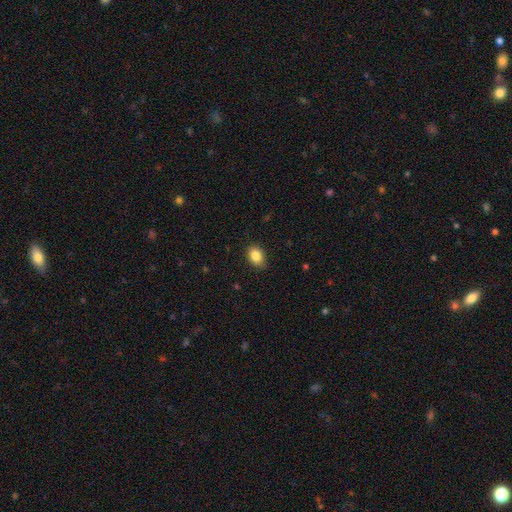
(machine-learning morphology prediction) A smooth galaxy with no disk features (85%) that is in between round and cigar-shaped (77%).

Vote fractions:
- Smooth or featured? smooth: 85% / star or artifact: 9% / featured or disk: 6%
- How rounded? in between: 77% / round: 22% / cigar-shaped: 1%
- Merging? none: 84% / minor disturbance: 13% / major disturbance: 2% / merger: 1%